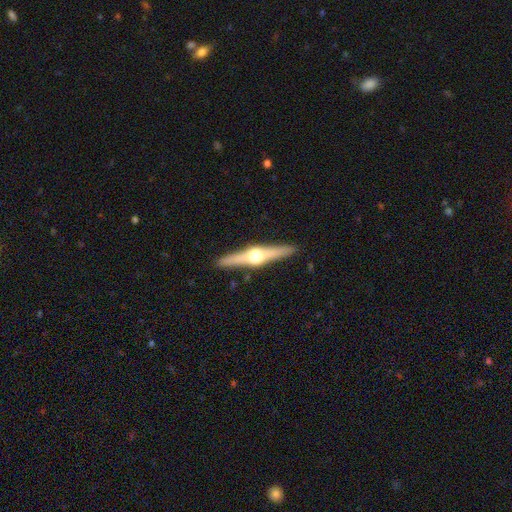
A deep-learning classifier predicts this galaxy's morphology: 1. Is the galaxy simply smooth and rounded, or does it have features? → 77% featured or disk, 18% smooth, 5% star or artifact.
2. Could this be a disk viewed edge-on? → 98% yes, 2% no.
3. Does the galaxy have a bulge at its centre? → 95% rounded, 3% boxy, 2% none.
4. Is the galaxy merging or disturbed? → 91% none, 7% minor disturbance, 1% major disturbance, 1% merger.